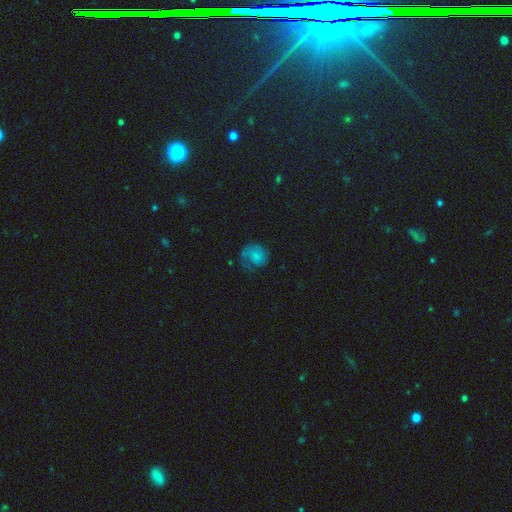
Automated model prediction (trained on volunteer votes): Smooth or featured?
  - smooth: 53% *
  - featured or disk: 34%
  - star or artifact: 13%
How rounded?
  - round: 70% *
  - in between: 29%
  - cigar-shaped: 1%
Merging?
  - none: 43% *
  - major disturbance: 30%
  - minor disturbance: 25%
  - merger: 2%